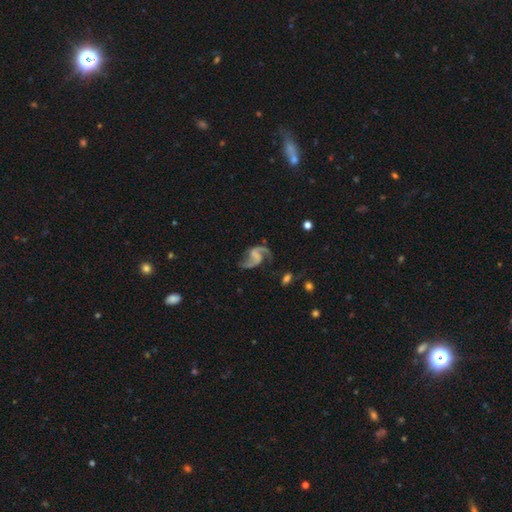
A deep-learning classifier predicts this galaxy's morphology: The model was most divided on "bar": weak: 43%, no: 37%, strong: 20%. More confident: edge-on disk — no (98%); spiral arms — yes (97%); spiral arm count — 2 (92%); smooth or featured — featured or disk (90%); merging — none (68%); bulge size — none (62%); spiral winding — loose (61%).